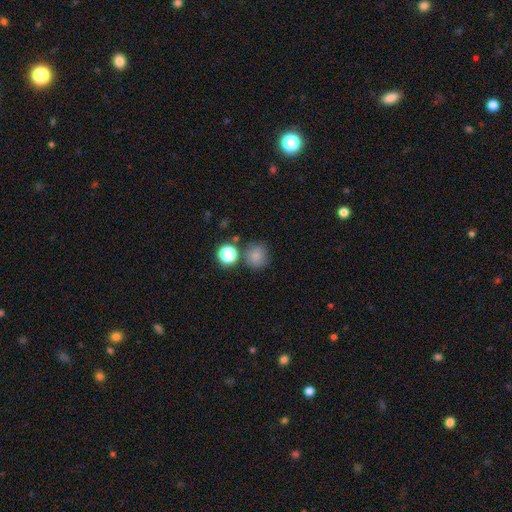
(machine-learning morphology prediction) This appears to be a smooth galaxy with no disk features (78%) that is round (86%). Merging: none (71%).